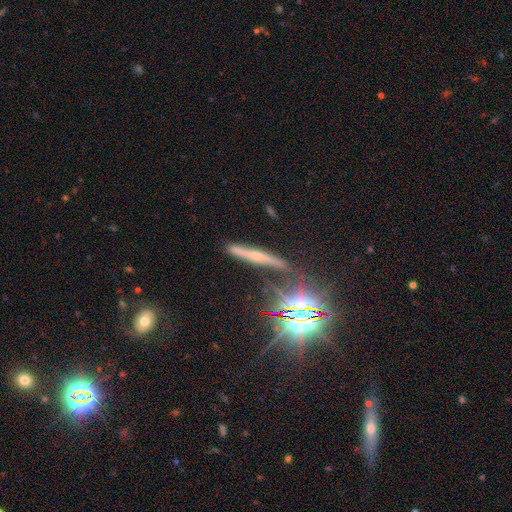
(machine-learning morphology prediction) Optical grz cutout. It shows a featured or disk galaxy (51%) viewed edge-on (90%). Merging: none (80%).